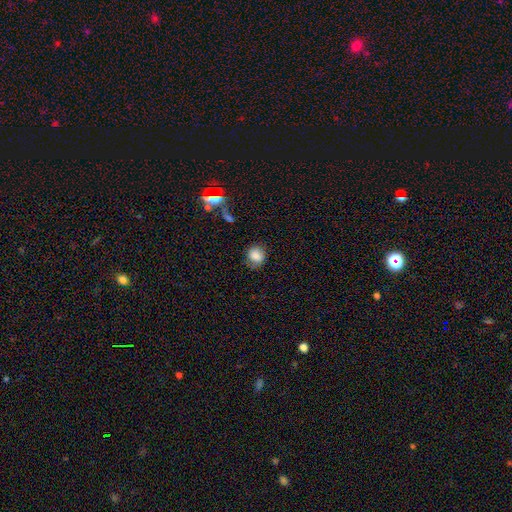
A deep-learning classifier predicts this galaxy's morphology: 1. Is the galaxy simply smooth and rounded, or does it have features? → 79% smooth, 11% star or artifact, 9% featured or disk.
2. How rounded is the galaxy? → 74% round, 25% in between, 1% cigar-shaped.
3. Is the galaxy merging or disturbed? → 74% none, 18% minor disturbance, 6% major disturbance, 2% merger.